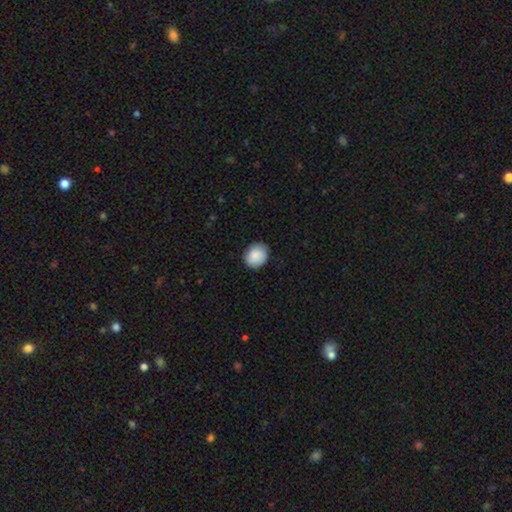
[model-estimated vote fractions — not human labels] This appears to be a smooth galaxy with no disk features (87%) that is round (62%). Merging: none (83%).